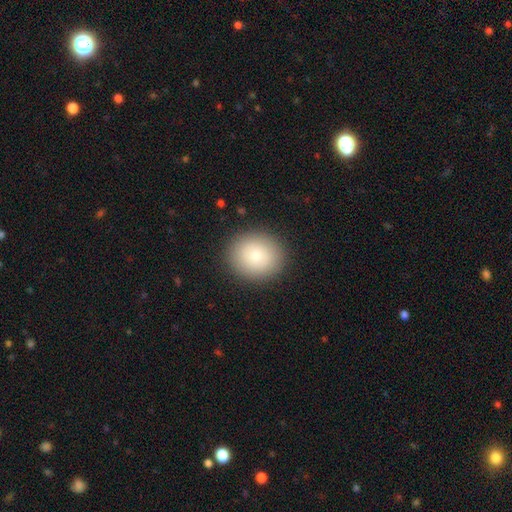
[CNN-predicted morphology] Smooth or featured? smooth (80%)
How rounded? round (77%)
Merging? none (89%)